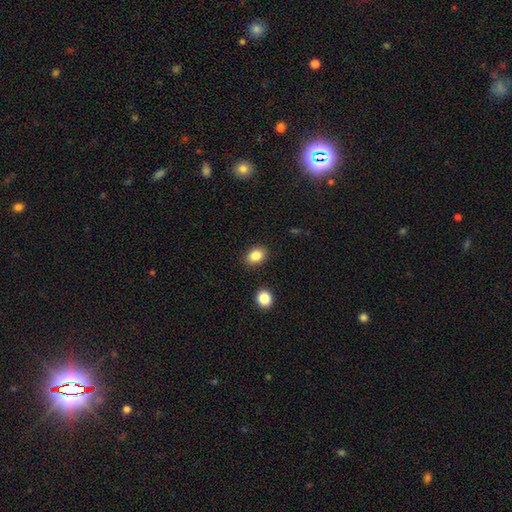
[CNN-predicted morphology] Smooth or featured: smooth — 85% (star or artifact — 9%)
How rounded: in between — 65% (round — 34%)
Merging: none — 86% (minor disturbance — 9%)